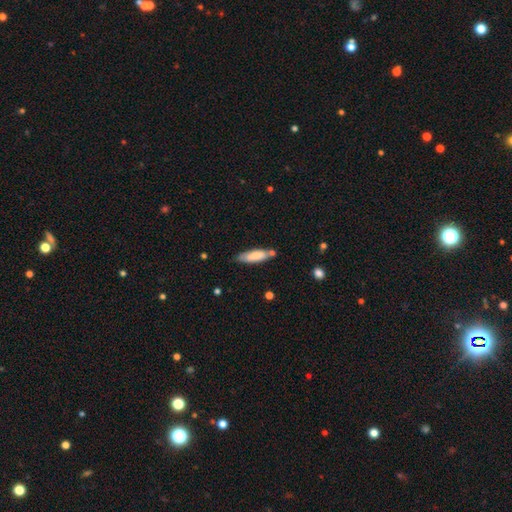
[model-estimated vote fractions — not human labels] A smooth galaxy with no disk features (79%) that is cigar-shaped (58%). Merging: none (69%).